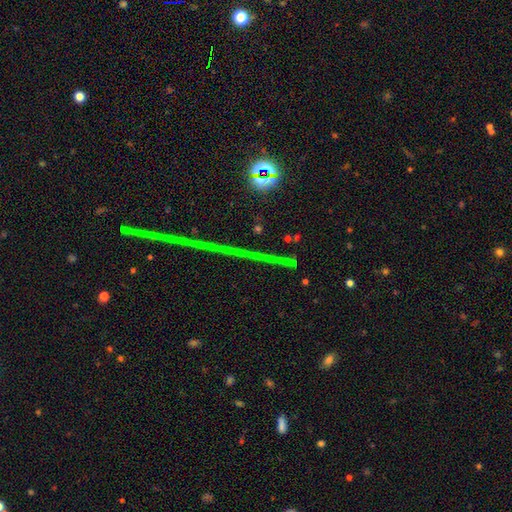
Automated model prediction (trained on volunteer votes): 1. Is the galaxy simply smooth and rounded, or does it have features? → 77% star or artifact, 13% featured or disk, 9% smooth.